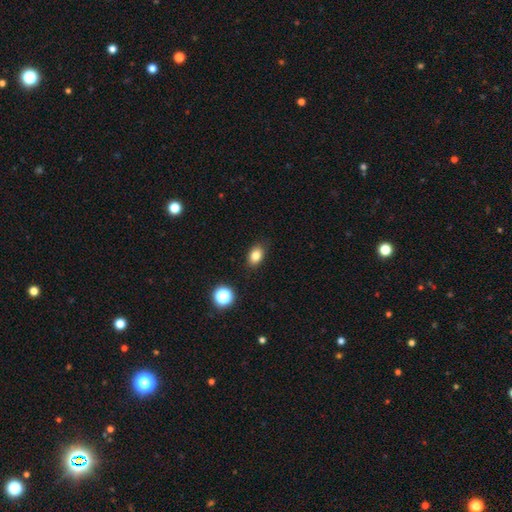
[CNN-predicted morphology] Smooth or featured? Predicted: smooth (p=0.82). How rounded? Predicted: in between (p=0.77). Merging? Predicted: none (p=0.86).